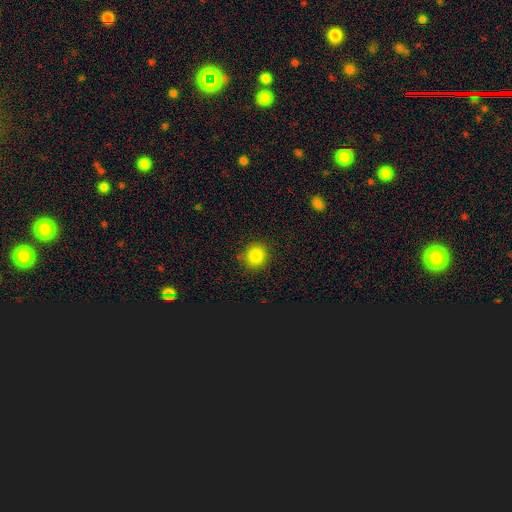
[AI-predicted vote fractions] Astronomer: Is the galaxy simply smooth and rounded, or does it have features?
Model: smooth — 85%.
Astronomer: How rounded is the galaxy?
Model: round — 88%.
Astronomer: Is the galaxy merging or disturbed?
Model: none — 87%.